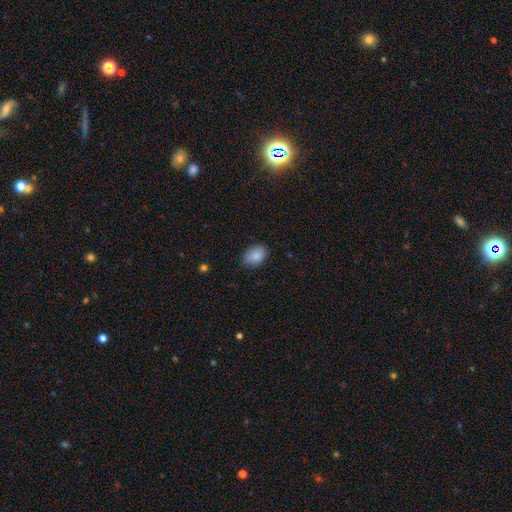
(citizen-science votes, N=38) Morphology: type=smooth (95%); roundness=in between (89%); merging=none (71%).